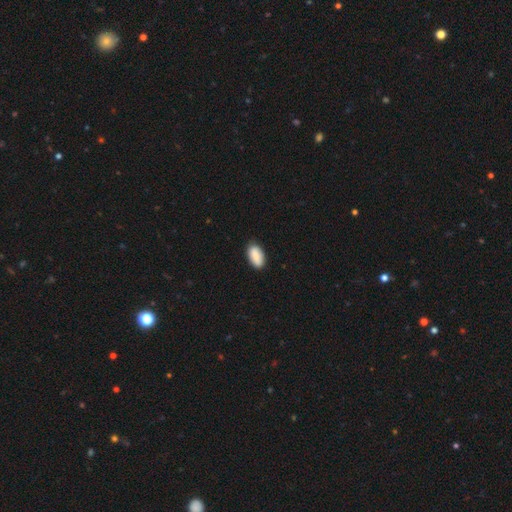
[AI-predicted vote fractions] Smooth or featured: smooth — 89% (star or artifact — 6%)
How rounded: in between — 93% (cigar-shaped — 4%)
Merging: none — 84% (minor disturbance — 12%)